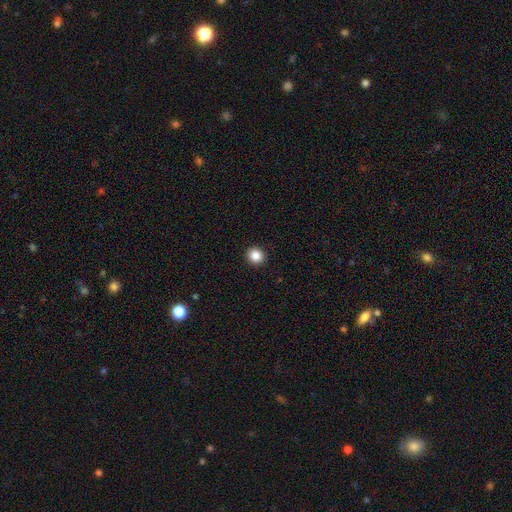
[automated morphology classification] Smooth or featured? smooth (86%)
How rounded? round (89%)
Merging? none (93%)